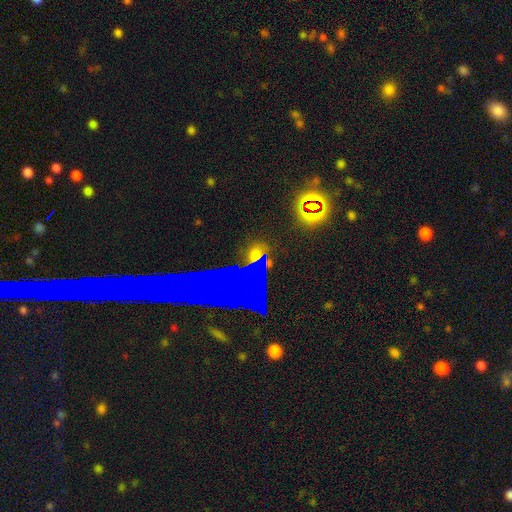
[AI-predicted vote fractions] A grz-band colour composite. It shows a star or artifact, not a galaxy (62%).